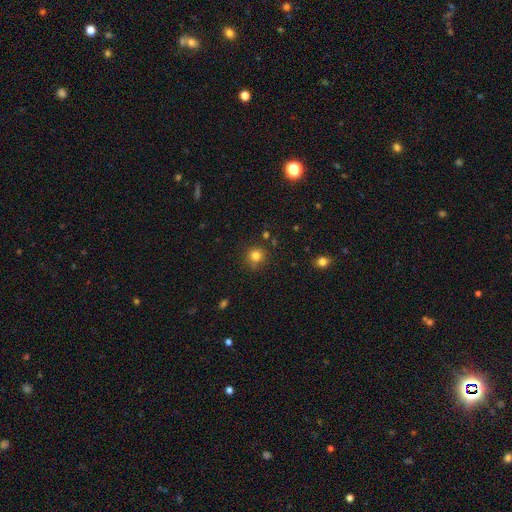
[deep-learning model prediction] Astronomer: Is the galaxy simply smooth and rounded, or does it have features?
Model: smooth — 80%.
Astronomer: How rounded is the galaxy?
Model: round — 91%.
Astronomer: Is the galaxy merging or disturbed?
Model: none — 80%.